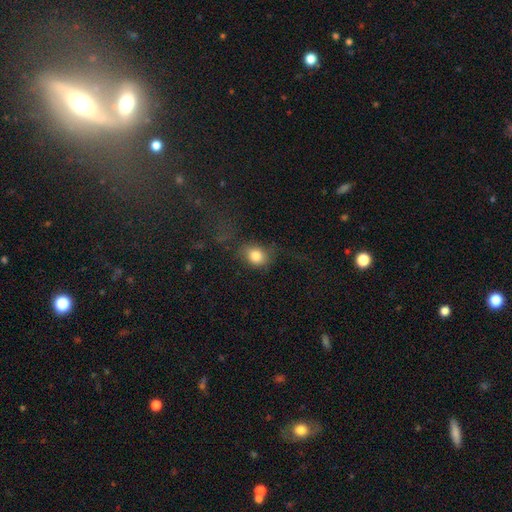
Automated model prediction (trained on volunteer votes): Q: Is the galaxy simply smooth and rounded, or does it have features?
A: smooth — 81%.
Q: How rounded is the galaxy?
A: round — 50%.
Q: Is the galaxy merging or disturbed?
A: none — 53%.